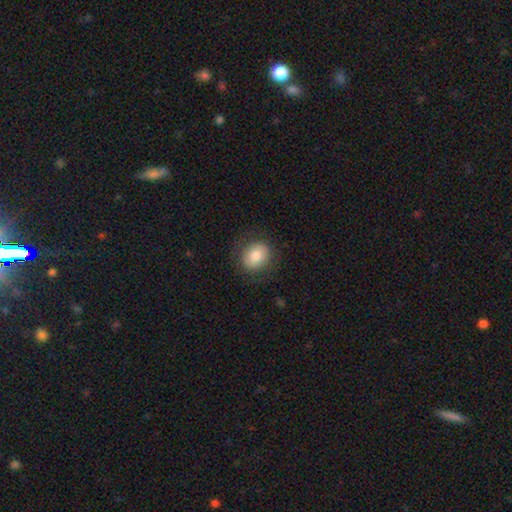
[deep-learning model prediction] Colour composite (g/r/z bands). It shows a smooth galaxy with no disk features (79%) that is round (58%). Merging: none (82%).